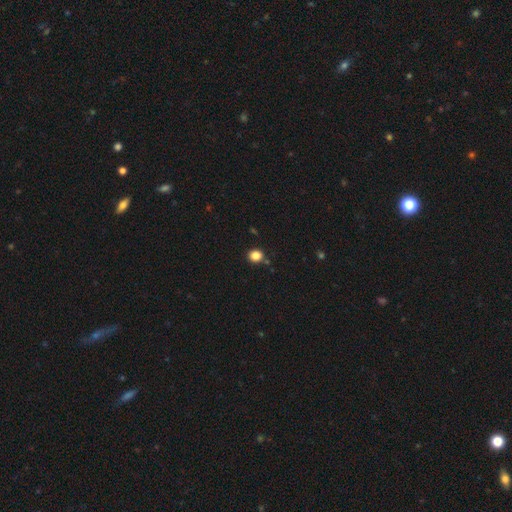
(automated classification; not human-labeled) Smooth or featured? Predicted: smooth (p=0.85). How rounded? Predicted: round (p=0.79). Merging? Predicted: none (p=0.86).